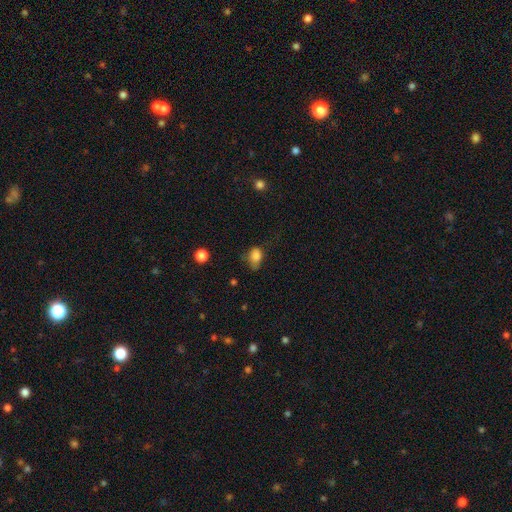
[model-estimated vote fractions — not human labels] This is clearly a smooth galaxy (81%). How rounded: likely in between (70%). Merging: marginally none (40%).